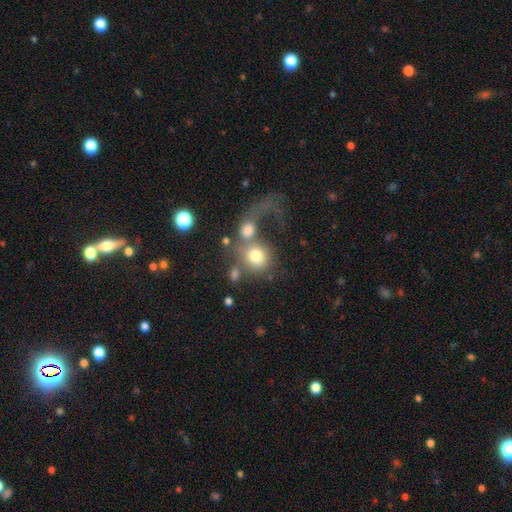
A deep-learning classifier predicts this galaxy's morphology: The model was most divided on "merging": merger: 47%, major disturbance: 26%, none: 20%, minor disturbance: 7%. More confident: how rounded — round (74%); smooth or featured — smooth (67%).